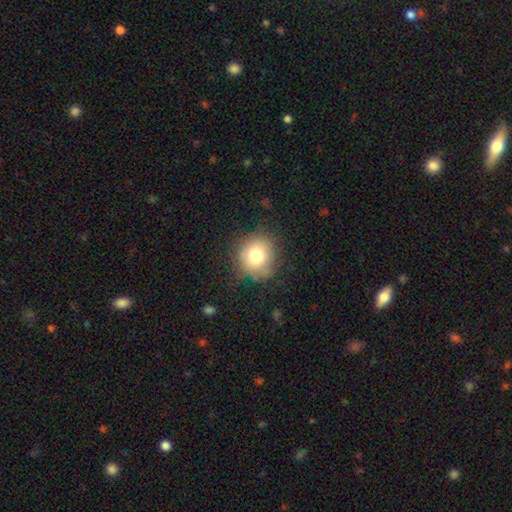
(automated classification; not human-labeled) This appears to be a smooth galaxy with no disk features (77%) that is round (84%). Merging: none (78%).